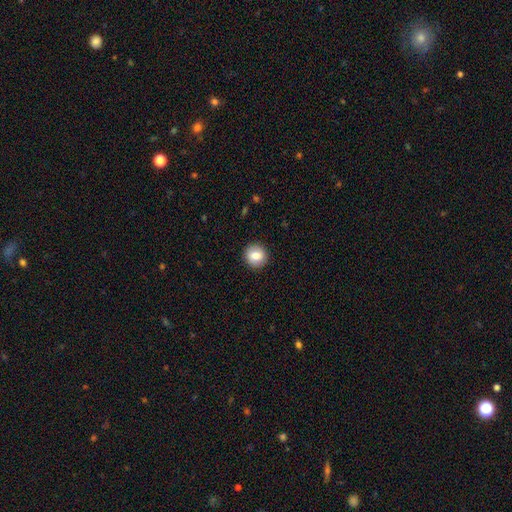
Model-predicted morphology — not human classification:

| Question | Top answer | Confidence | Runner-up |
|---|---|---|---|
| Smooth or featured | smooth | 81% | featured or disk (11%) |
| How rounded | round | 91% | in between (8%) |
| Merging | none | 92% | minor disturbance (6%) |